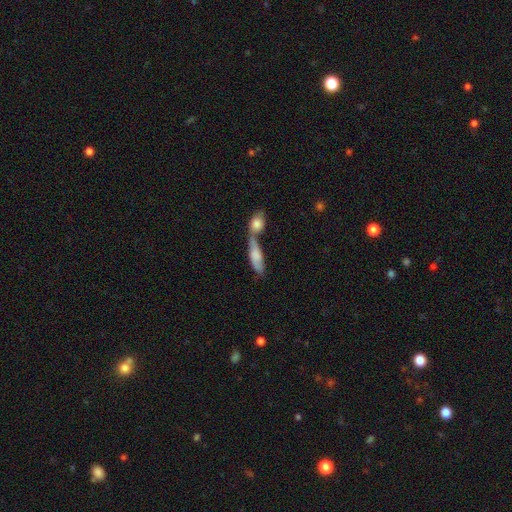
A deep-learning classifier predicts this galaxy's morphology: This is likely a smooth galaxy (69%). How rounded: possibly in between (58%). Merging: likely merger (67%).